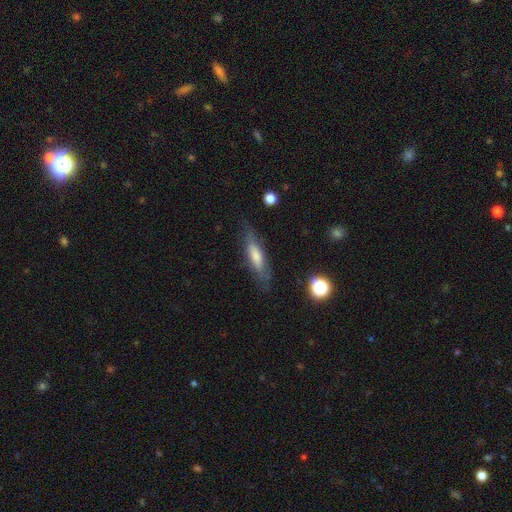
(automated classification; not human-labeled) A smooth galaxy with no disk features (58%) that is cigar-shaped (71%). Merging: none (78%).